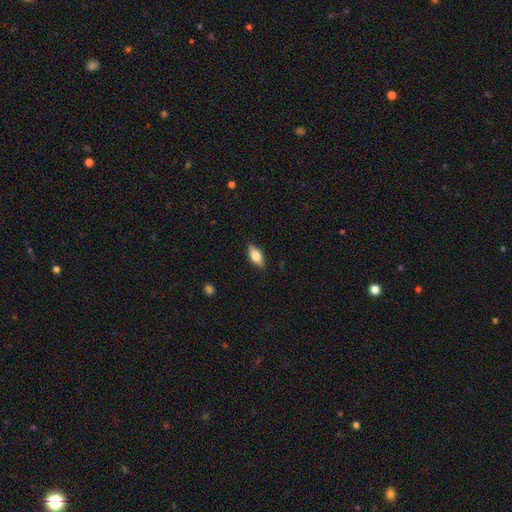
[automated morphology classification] The model was most divided on "smooth or featured": smooth: 60%, featured or disk: 32%, star or artifact: 7%. More confident: merging — none (86%); how rounded — in between (78%).